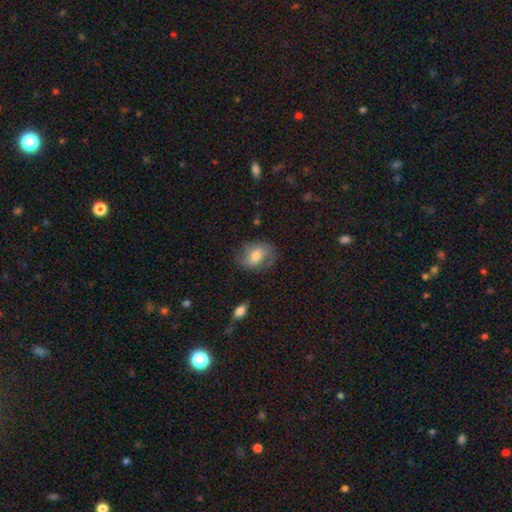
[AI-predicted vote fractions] This appears to be a smooth galaxy with no disk features (52%) that is in between round and cigar-shaped (60%). Merging: none (68%).